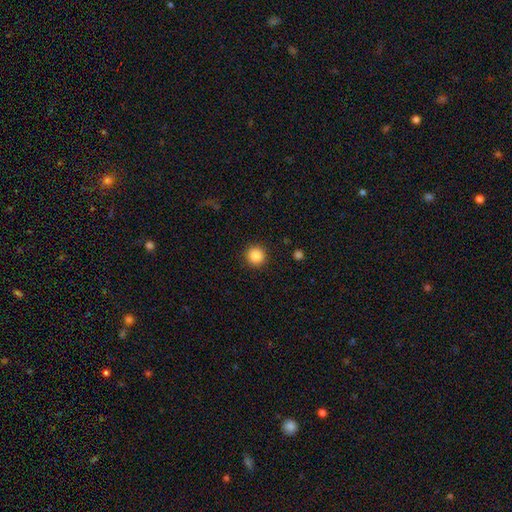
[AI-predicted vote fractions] This appears to be a smooth galaxy with no disk features (87%) that is round (95%). Merging: none (92%).